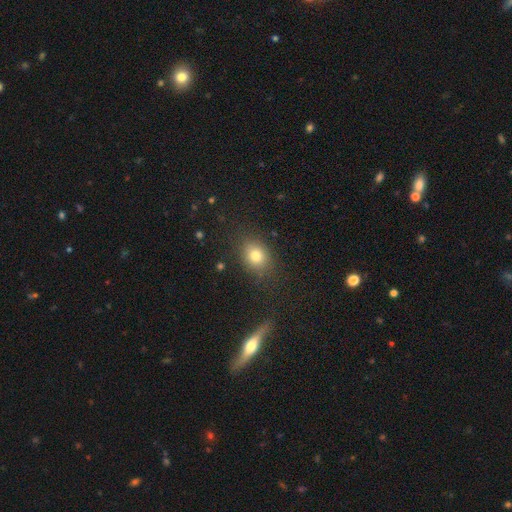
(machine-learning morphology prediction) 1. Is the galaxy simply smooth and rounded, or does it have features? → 79% smooth, 12% star or artifact, 9% featured or disk.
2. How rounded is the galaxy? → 52% in between, 46% round, 1% cigar-shaped.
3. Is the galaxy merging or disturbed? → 81% none, 12% minor disturbance, 5% major disturbance, 2% merger.